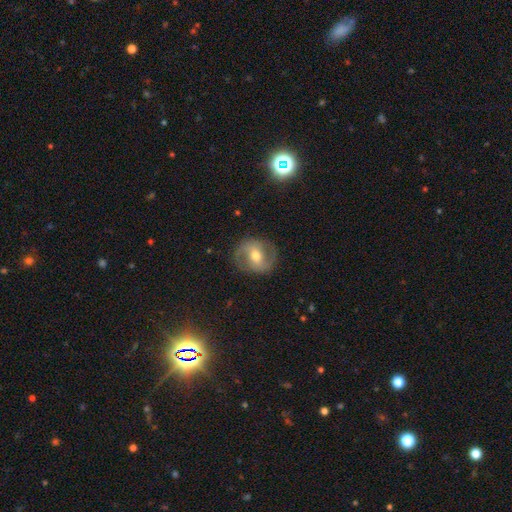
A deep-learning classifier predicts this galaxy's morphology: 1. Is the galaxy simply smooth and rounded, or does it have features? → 65% featured or disk, 27% smooth, 7% star or artifact.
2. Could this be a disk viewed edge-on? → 96% no, 4% yes.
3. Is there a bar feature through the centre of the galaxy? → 42% weak, 29% no, 29% strong.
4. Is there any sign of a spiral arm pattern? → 76% yes, 24% no.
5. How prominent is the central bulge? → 72% moderate, 20% small, 6% large, 1% none, 1% dominant.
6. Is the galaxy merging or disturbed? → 81% none, 12% minor disturbance, 6% major disturbance, 1% merger.